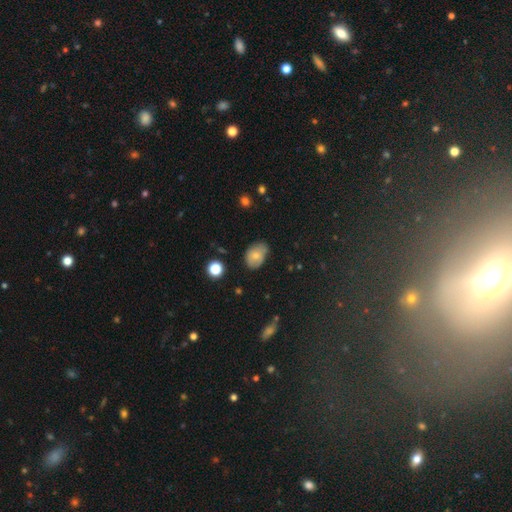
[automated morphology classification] Overall: smooth (70%). How rounded: in between (73%). Merging: none (56%; minor disturbance 34%).